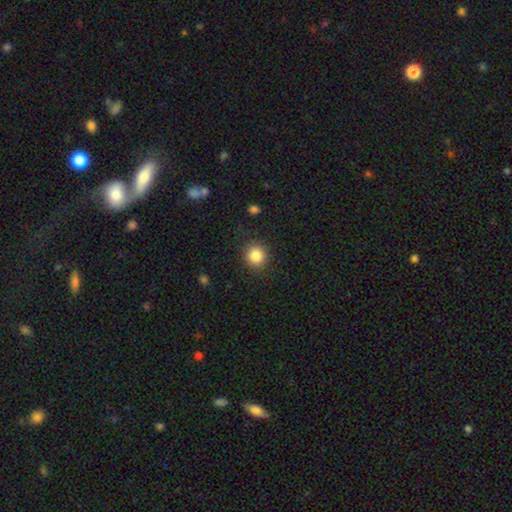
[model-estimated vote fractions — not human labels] The model was most divided on "smooth or featured": smooth: 85%, star or artifact: 10%, featured or disk: 5%. More confident: how rounded — round (91%); merging — none (88%).